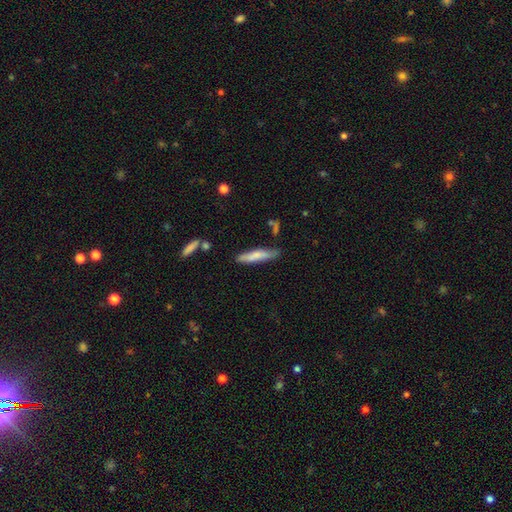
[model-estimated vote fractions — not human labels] Smooth or featured? Predicted: smooth (p=0.71). How rounded? Predicted: cigar-shaped (p=0.85). Merging? Predicted: none (p=0.73).